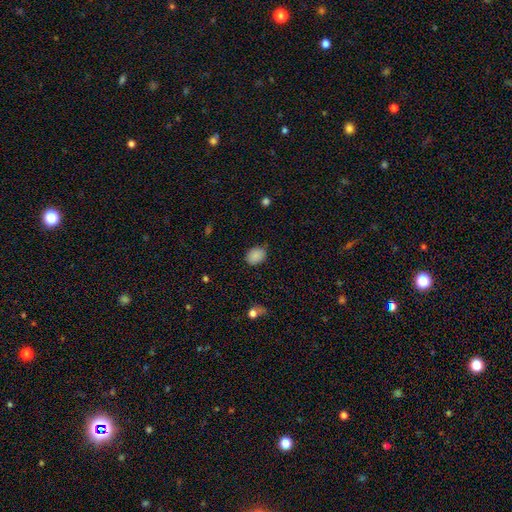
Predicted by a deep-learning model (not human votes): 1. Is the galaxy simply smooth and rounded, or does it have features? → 87% smooth, 9% star or artifact, 4% featured or disk.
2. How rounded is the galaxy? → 61% in between, 38% round, 1% cigar-shaped.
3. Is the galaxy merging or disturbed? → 77% none, 18% minor disturbance, 4% major disturbance, 2% merger.